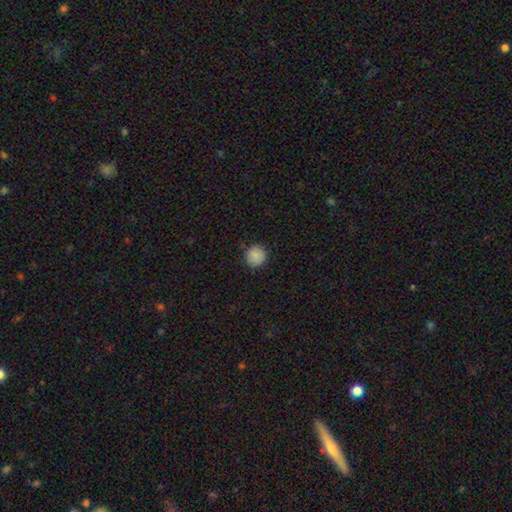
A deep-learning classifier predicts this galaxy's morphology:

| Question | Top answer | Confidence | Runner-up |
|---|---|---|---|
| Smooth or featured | smooth | 87% | star or artifact (9%) |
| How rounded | round | 92% | in between (7%) |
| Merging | none | 87% | minor disturbance (10%) |